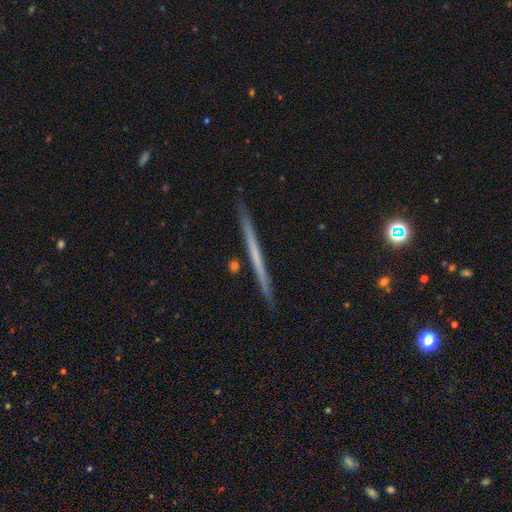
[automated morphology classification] A featured or disk galaxy (55%) viewed edge-on (98%) with no central bulge (93%). Merging: none (91%).